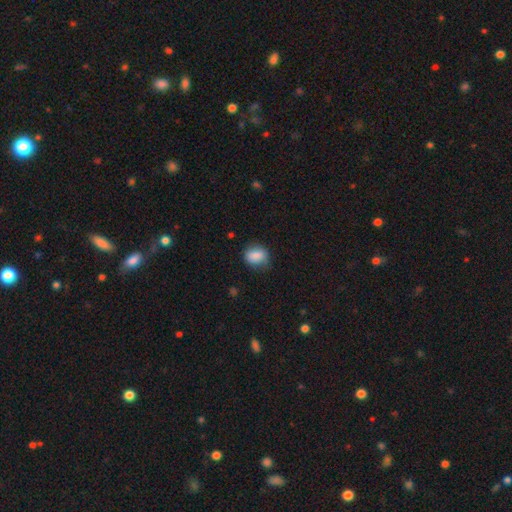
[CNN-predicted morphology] The model was most divided on "how rounded": round: 51%, in between: 47%, cigar-shaped: 1%. More confident: smooth or featured — smooth (85%); merging — none (74%).